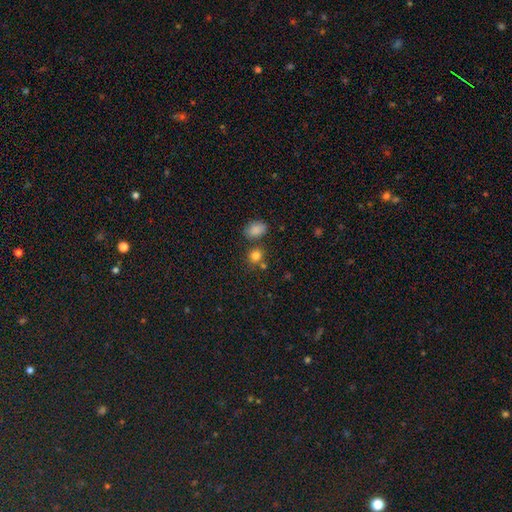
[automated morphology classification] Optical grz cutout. It shows a smooth galaxy with no disk features (80%) that is round (77%). Merging: none (67%).